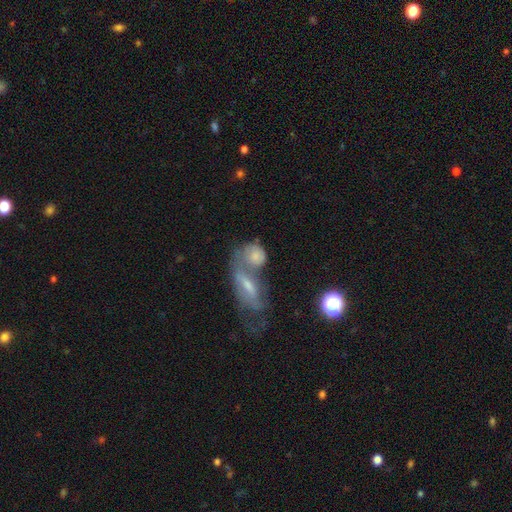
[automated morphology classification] This is likely a smooth galaxy (63%). How rounded: possibly round (47%). Merging: possibly merger (58%).